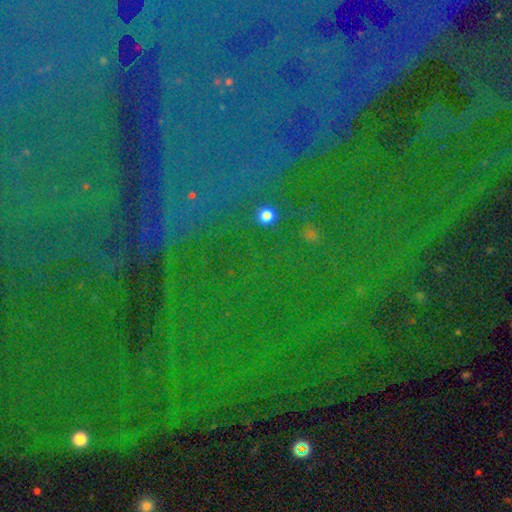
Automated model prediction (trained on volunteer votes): Overall: star or artifact (85%).